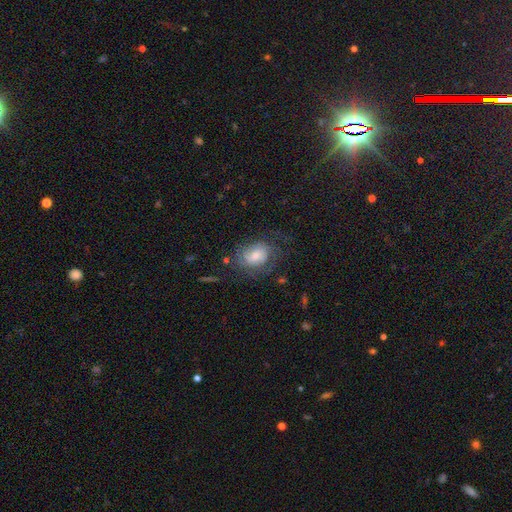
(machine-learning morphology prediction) This is possibly a featured or disk galaxy (58%). It is clearly not viewed edge-on (97%). Bar: possibly no (56%). Spiral arm pattern: clearly yes (81%). Central bulge: possibly moderate (47%). Merging: possibly none (54%).